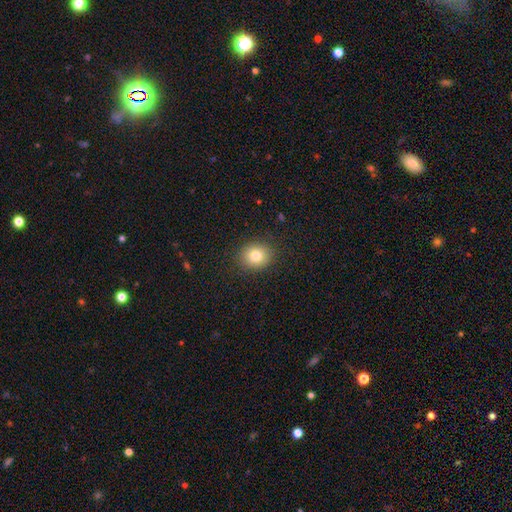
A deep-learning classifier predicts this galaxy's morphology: A smooth galaxy with no disk features (80%) that is round (75%).

Vote fractions:
- Smooth or featured? smooth: 80% / star or artifact: 11% / featured or disk: 9%
- How rounded? round: 75% / in between: 24% / cigar-shaped: 1%
- Merging? none: 89% / minor disturbance: 8% / major disturbance: 3% / merger: 1%